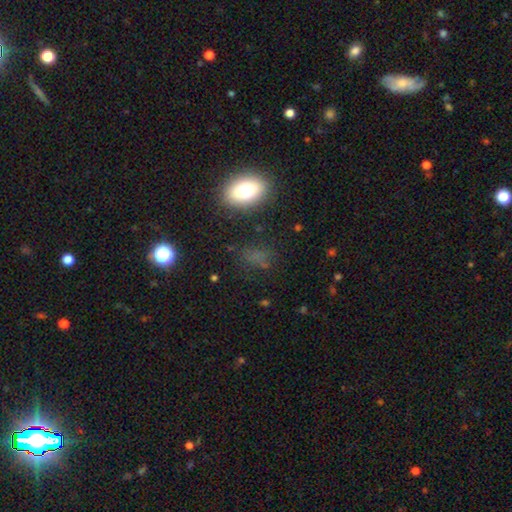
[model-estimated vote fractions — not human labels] Overall: smooth (64%; star or artifact 24%). How rounded: in between (65%; round 27%). Merging: none (76%).